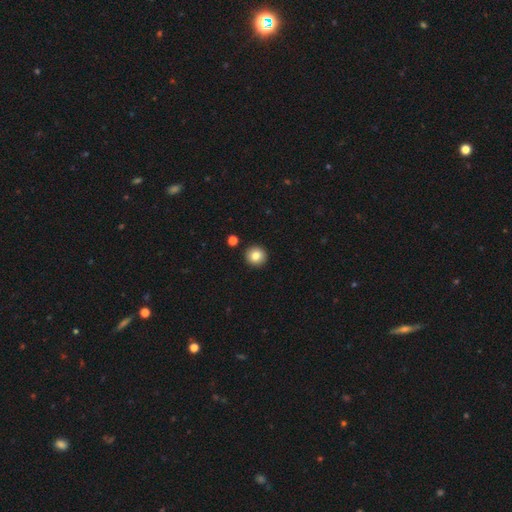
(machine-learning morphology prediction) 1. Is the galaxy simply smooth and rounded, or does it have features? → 83% smooth, 9% star or artifact, 7% featured or disk.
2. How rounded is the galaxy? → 93% round, 6% in between, 1% cigar-shaped.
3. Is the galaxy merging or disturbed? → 92% none, 5% minor disturbance, 2% merger, 1% major disturbance.